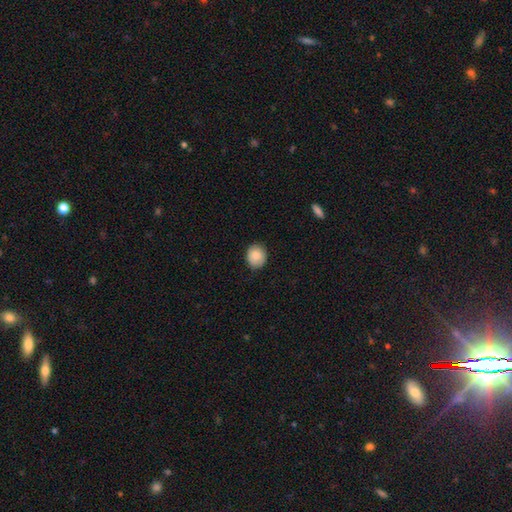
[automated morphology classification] Smooth or featured: smooth — 84% (featured or disk — 8%)
How rounded: round — 72% (in between — 27%)
Merging: none — 87% (minor disturbance — 11%)